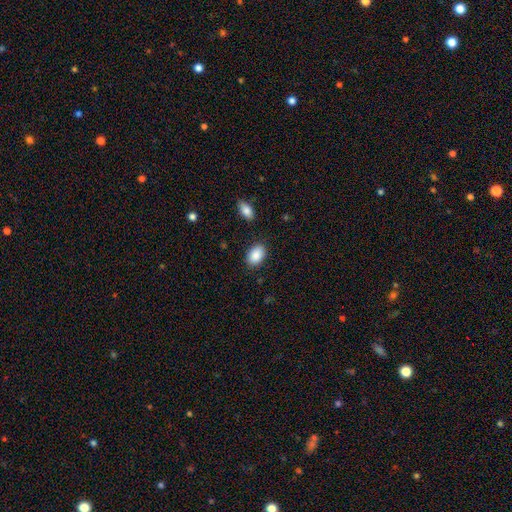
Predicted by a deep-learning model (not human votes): smooth-or-featured: smooth: 89% | star or artifact: 7% | featured or disk: 5%
  how-rounded: in between: 87% | round: 12% | cigar-shaped: 1%
  merging: none: 84% | minor disturbance: 11% | major disturbance: 3% | merger: 2%